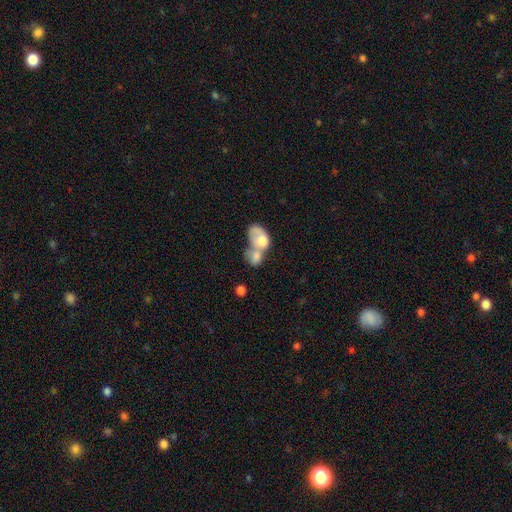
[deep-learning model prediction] A smooth galaxy with no disk features (67%) that is in between round and cigar-shaped (67%). Merging: merger (80%).